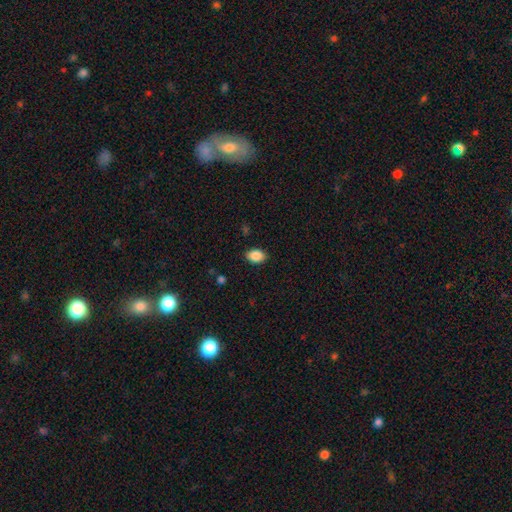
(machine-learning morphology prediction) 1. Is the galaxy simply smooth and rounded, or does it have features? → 88% smooth, 8% star or artifact, 4% featured or disk.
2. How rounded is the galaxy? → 80% in between, 19% round, 1% cigar-shaped.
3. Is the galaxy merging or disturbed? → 87% none, 10% minor disturbance, 2% major disturbance, 1% merger.